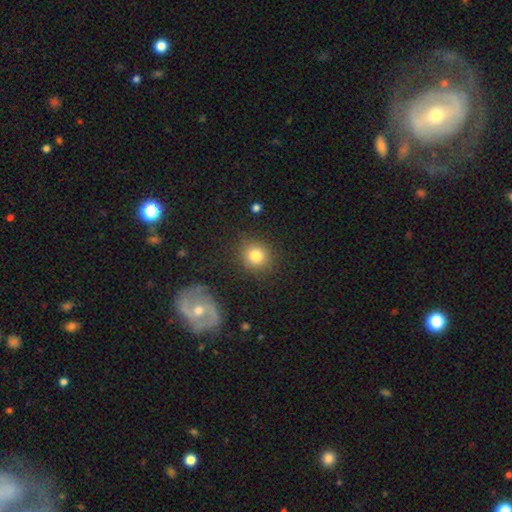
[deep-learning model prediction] Q: Smooth or featured?
A: smooth (80%); runner-up: star or artifact (12%)
Q: How rounded?
A: round (84%); runner-up: in between (15%)
Q: Merging?
A: none (85%); runner-up: minor disturbance (10%)